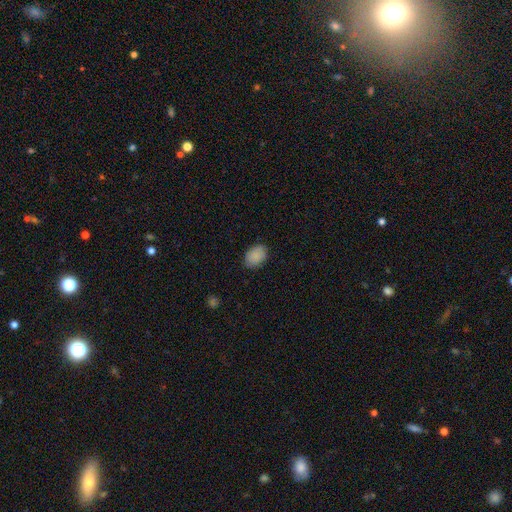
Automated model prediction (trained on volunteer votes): Morphology: type=smooth (88%); roundness=in between (79%); merging=none (84%).